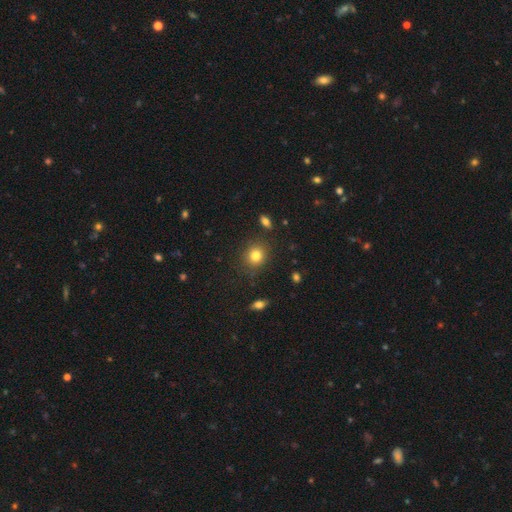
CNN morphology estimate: Smooth or featured? Predicted: smooth (p=0.81). How rounded? Predicted: round (p=0.79). Merging? Predicted: none (p=0.85).